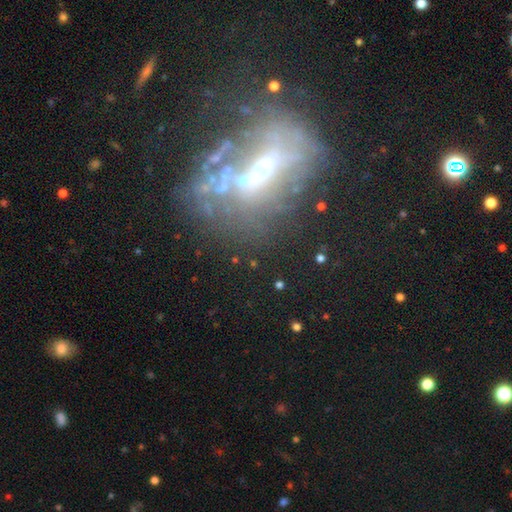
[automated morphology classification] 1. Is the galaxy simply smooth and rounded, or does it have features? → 56% featured or disk, 23% star or artifact, 20% smooth.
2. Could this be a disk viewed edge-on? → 80% no, 20% yes.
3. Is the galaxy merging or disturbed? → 43% none, 28% major disturbance, 18% minor disturbance, 11% merger.